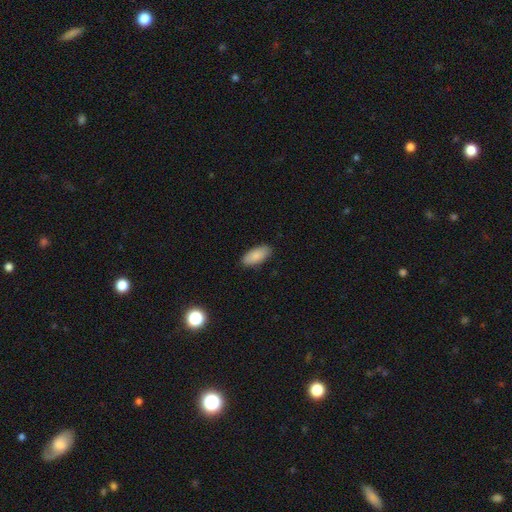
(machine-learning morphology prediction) Q: Smooth or featured?
A: smooth (87%); runner-up: featured or disk (7%)
Q: How rounded?
A: in between (90%); runner-up: cigar-shaped (8%)
Q: Merging?
A: none (87%); runner-up: minor disturbance (10%)